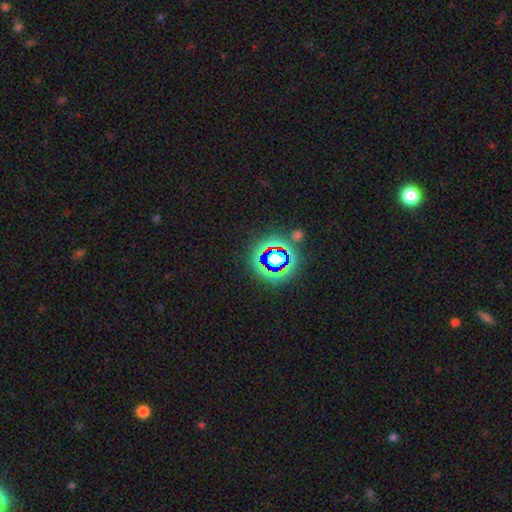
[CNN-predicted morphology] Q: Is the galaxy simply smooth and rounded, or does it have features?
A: star or artifact — 76%.